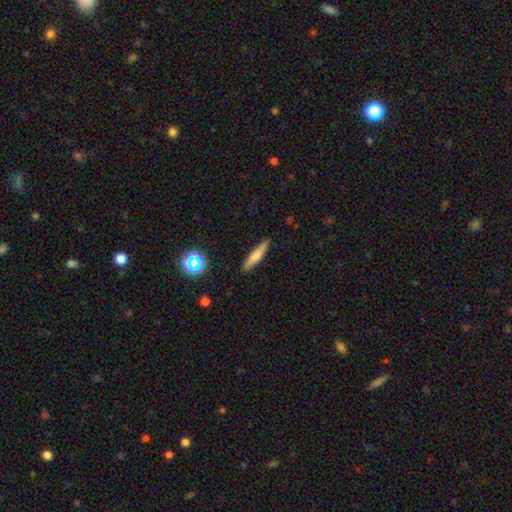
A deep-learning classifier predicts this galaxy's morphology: smooth 66%, featured or disk 25%, star or artifact 9%. Down the decision tree: how rounded — cigar-shaped (87%); merging — none (89%).